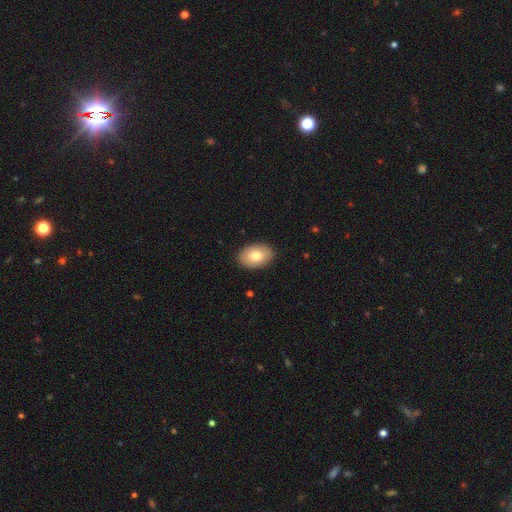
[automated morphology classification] The model was most divided on "smooth or featured": smooth: 80%, featured or disk: 13%, star or artifact: 6%. More confident: merging — none (89%); how rounded — in between (86%).